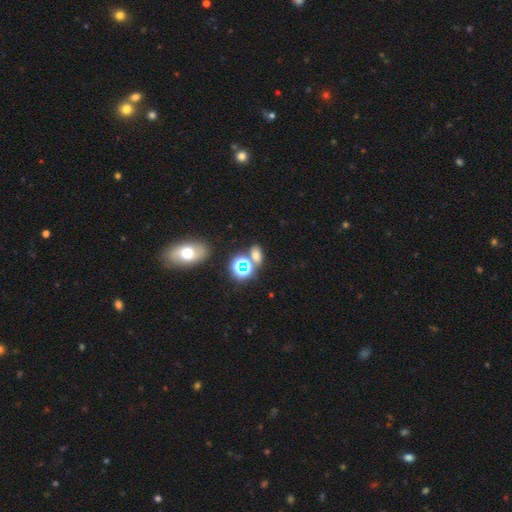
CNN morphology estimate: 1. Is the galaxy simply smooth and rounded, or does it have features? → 56% smooth, 34% star or artifact, 10% featured or disk.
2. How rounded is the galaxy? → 70% in between, 26% round, 3% cigar-shaped.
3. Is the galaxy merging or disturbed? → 65% none, 20% merger, 10% minor disturbance, 5% major disturbance.